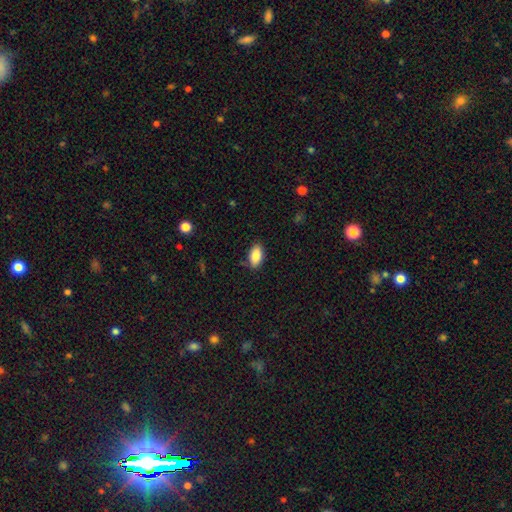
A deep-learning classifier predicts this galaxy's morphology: Smooth or featured: smooth — 87% (star or artifact — 7%)
How rounded: in between — 93% (round — 4%)
Merging: none — 84% (minor disturbance — 12%)